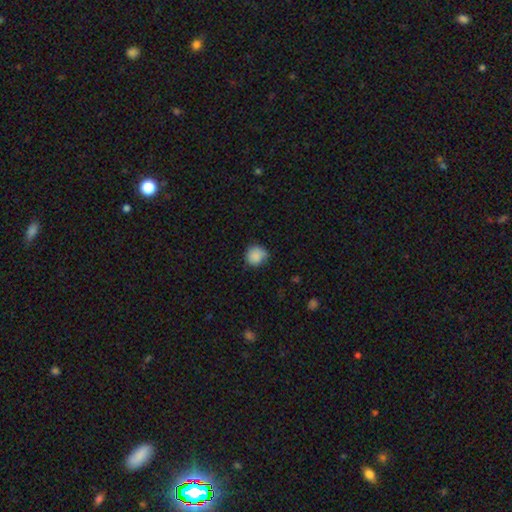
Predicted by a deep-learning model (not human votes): Smooth or featured? Predicted: smooth (p=0.86). How rounded? Predicted: round (p=0.87). Merging? Predicted: none (p=0.67).